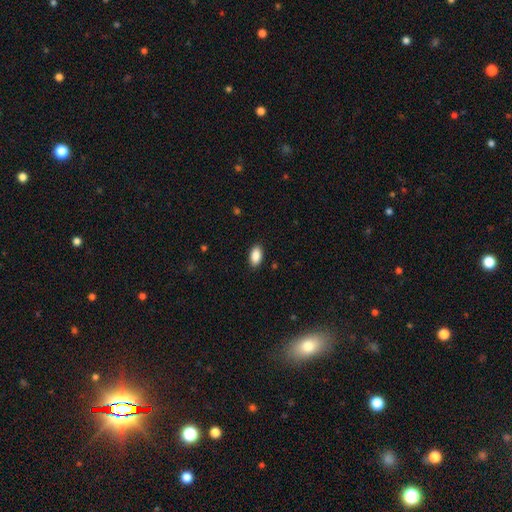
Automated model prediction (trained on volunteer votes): Smooth or featured? Predicted: smooth (p=0.89). How rounded? Predicted: in between (p=0.94). Merging? Predicted: none (p=0.89).